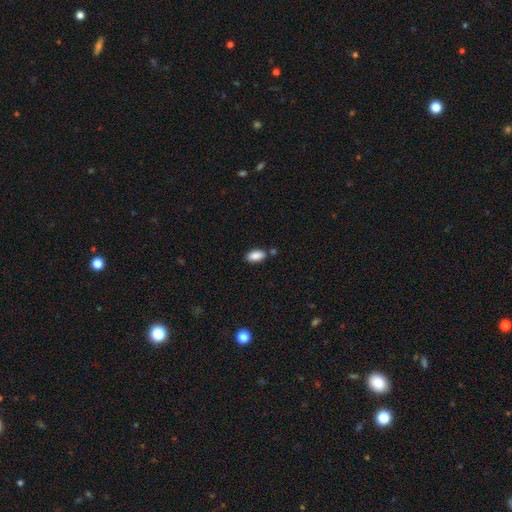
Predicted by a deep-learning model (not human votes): Overall: smooth (88%). How rounded: in between (92%). Merging: none (79%).